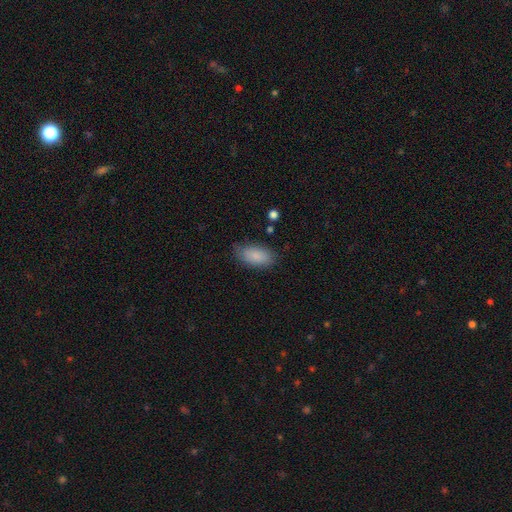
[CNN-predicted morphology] This appears to be a smooth galaxy with no disk features (86%) that is in between round and cigar-shaped (93%). Merging: none (74%).